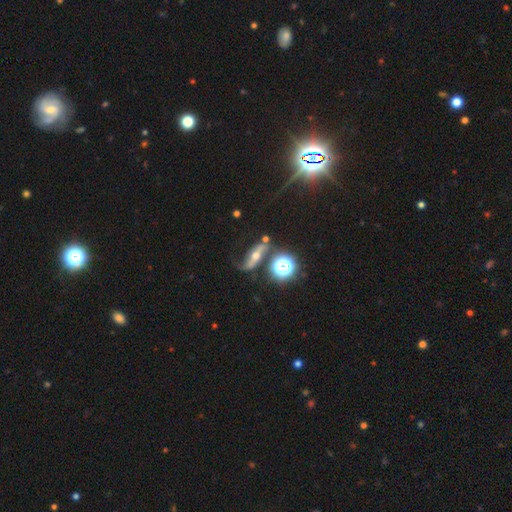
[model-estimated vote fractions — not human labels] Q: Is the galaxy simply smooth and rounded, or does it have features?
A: featured or disk — 63%.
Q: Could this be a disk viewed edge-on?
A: no — 75%.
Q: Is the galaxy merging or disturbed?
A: none — 59%.